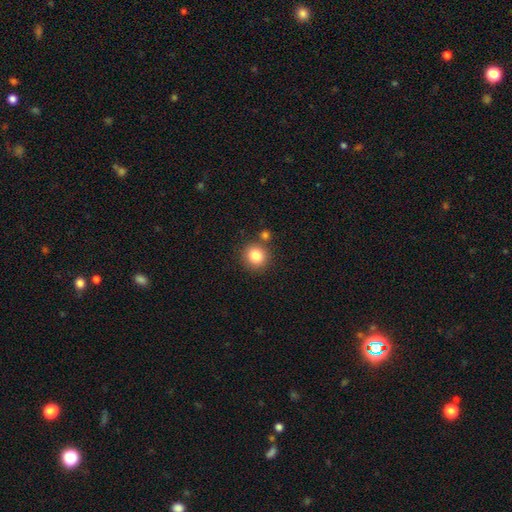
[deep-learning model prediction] smooth-or-featured: smooth: 83% | star or artifact: 10% | featured or disk: 6%
  how-rounded: round: 88% | in between: 12% | cigar-shaped: 1%
  merging: none: 79% | merger: 9% | minor disturbance: 9% | major disturbance: 3%